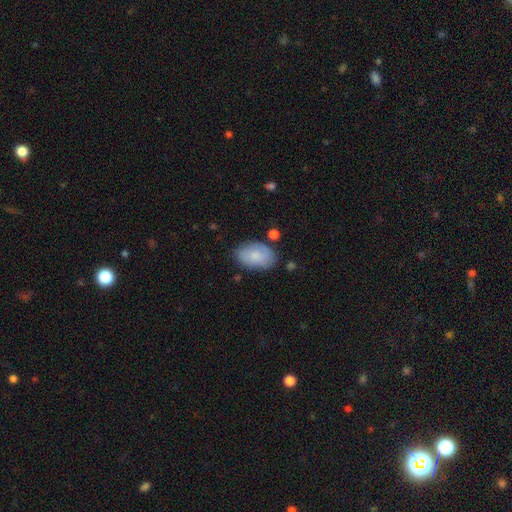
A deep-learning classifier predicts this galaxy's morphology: This is likely a smooth galaxy (77%). How rounded: clearly in between (90%). Merging: likely none (74%).